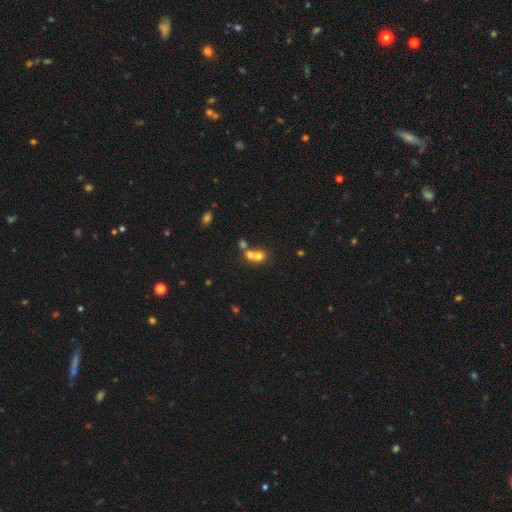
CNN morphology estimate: smooth_or_featured: smooth (p=0.67) [alt: featured or disk p=0.18]
how_rounded: round (p=0.77) [alt: in between p=0.22]
merging: merger (p=0.60) [alt: none p=0.31]